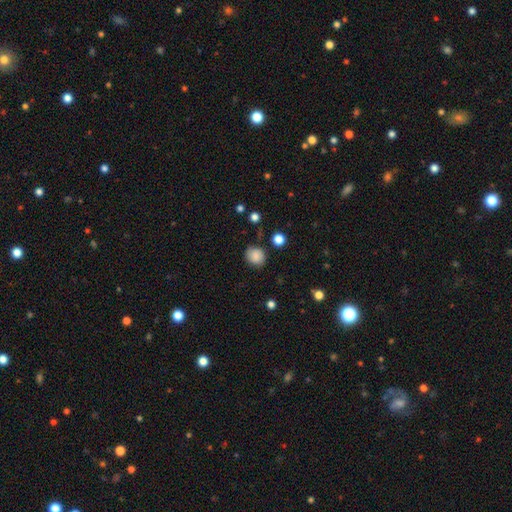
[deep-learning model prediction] Smooth or featured?
  - smooth: 85% *
  - star or artifact: 10%
  - featured or disk: 5%
How rounded?
  - round: 78% *
  - in between: 21%
  - cigar-shaped: 1%
Merging?
  - none: 83% *
  - minor disturbance: 12%
  - major disturbance: 3%
  - merger: 2%